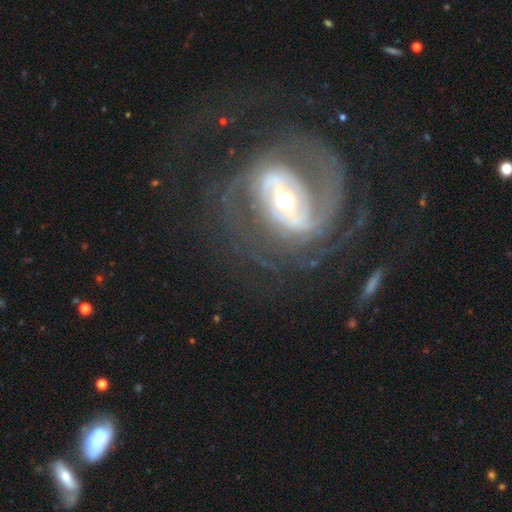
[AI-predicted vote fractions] A featured or disk galaxy (88%) with a strong bar (47%), 2 (68%) medium (45%) spiral arms (93%) and a moderate central bulge (55%). Merging: none (57%).